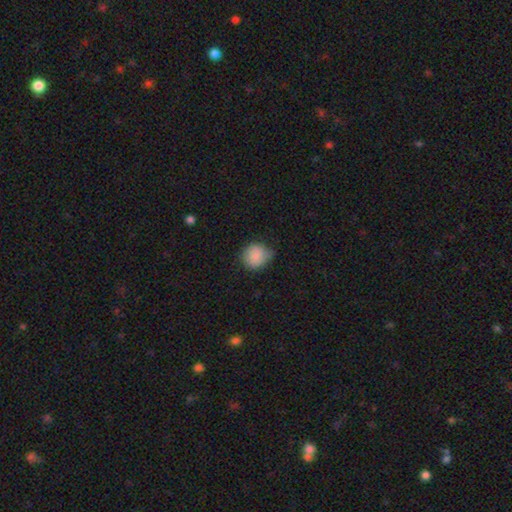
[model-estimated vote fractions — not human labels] smooth 83%, featured or disk 9%, star or artifact 8%. Down the decision tree: how rounded — round (82%); merging — none (62%).